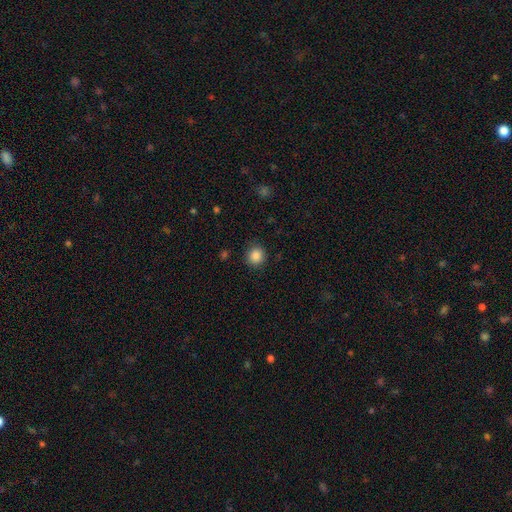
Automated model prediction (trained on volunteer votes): Smooth or featured? smooth (86%)
How rounded? round (90%)
Merging? none (88%)